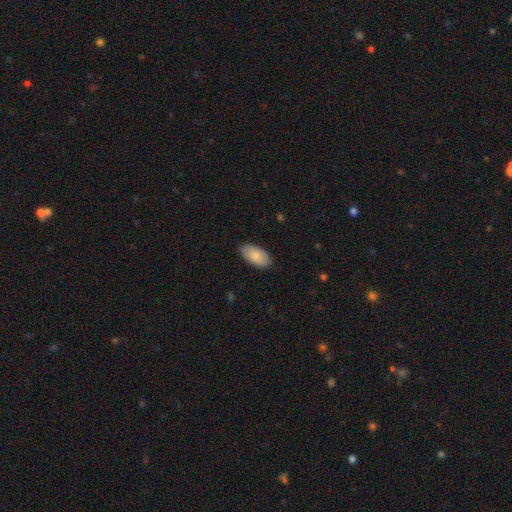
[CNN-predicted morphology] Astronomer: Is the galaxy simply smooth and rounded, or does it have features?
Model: smooth — 86%.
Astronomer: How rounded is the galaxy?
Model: in between — 95%.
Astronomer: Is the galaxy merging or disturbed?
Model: none — 87%.